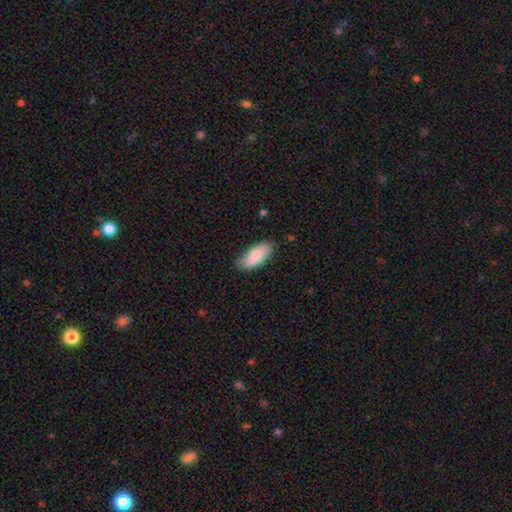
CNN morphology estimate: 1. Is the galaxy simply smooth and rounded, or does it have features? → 80% smooth, 15% featured or disk, 6% star or artifact.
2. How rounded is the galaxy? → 89% in between, 9% cigar-shaped, 2% round.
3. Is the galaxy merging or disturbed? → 75% none, 20% minor disturbance, 3% major disturbance, 1% merger.